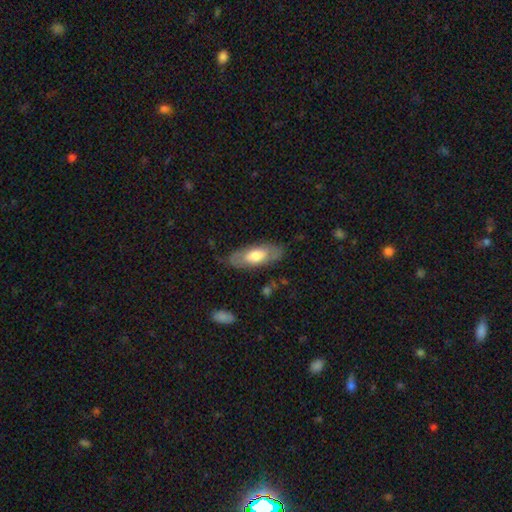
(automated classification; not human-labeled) A smooth galaxy with no disk features (54%) that is in between round and cigar-shaped (79%).

Vote fractions:
- Smooth or featured? smooth: 54% / featured or disk: 40% / star or artifact: 5%
- How rounded? in between: 79% / cigar-shaped: 19% / round: 2%
- Merging? none: 76% / minor disturbance: 17% / major disturbance: 5% / merger: 1%